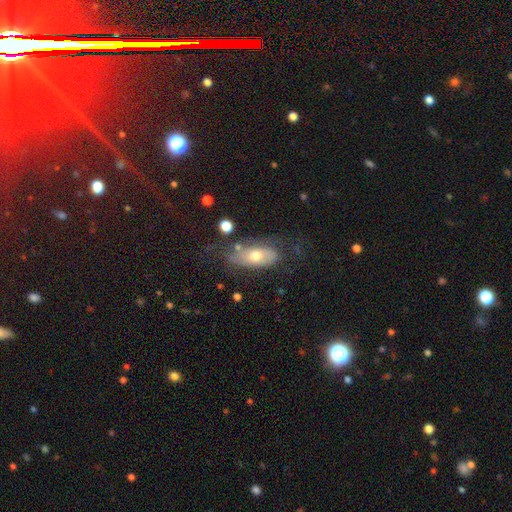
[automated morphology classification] Smooth or featured: featured or disk — 47% (smooth — 45%)
Merging: none — 51% (minor disturbance — 26%)